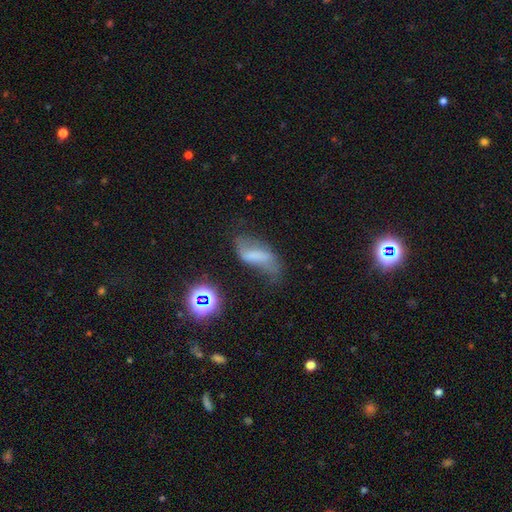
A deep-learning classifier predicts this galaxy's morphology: Smooth or featured: featured or disk — 45% (smooth — 39%)
Merging: none — 39% (minor disturbance — 29%)